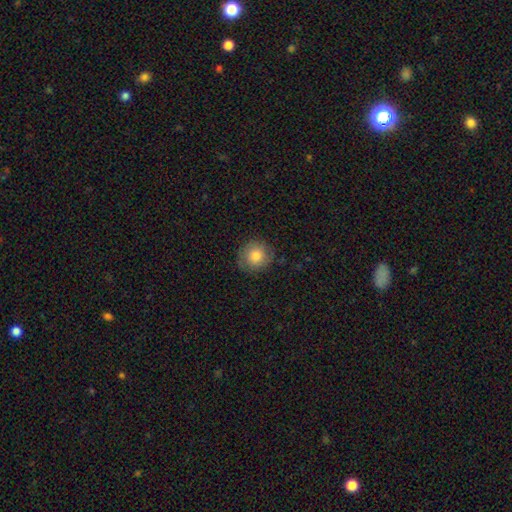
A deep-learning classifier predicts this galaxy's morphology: A smooth galaxy with no disk features (76%) that is round (90%). Merging: none (81%).